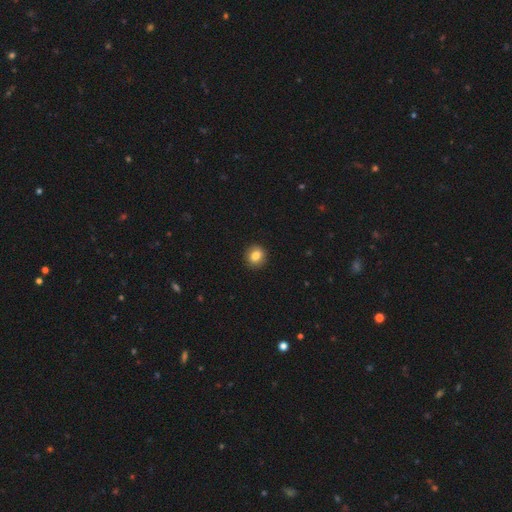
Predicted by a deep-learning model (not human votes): Morphology: type=smooth (84%); roundness=round (84%); merging=none (91%).